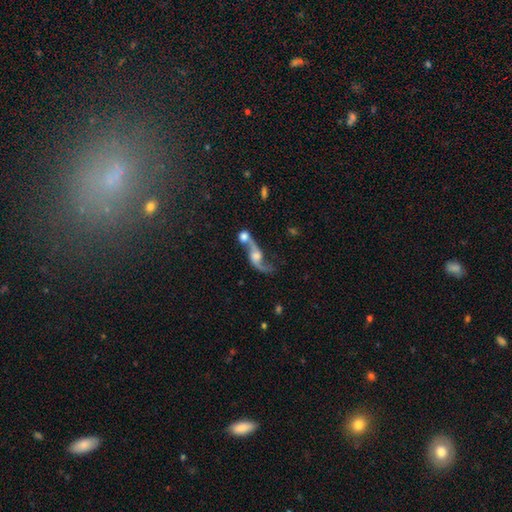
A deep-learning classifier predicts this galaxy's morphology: featured or disk 80%, smooth 11%, star or artifact 9%. Down the decision tree: edge-on disk — no (89%); bar — no (63%); spiral arms — yes (90%); spiral arm count — 2 (88%); spiral winding — loose (86%); bulge size — moderate (45%); merging — merger (46%).